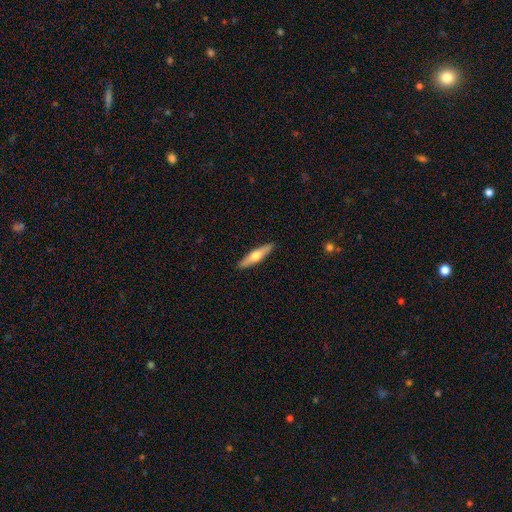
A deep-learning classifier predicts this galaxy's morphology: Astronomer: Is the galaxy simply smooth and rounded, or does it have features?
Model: smooth — 52% (runner-up: featured or disk, 43%).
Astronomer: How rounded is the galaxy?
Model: cigar-shaped — 79%.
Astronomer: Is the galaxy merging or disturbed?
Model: none — 90%.